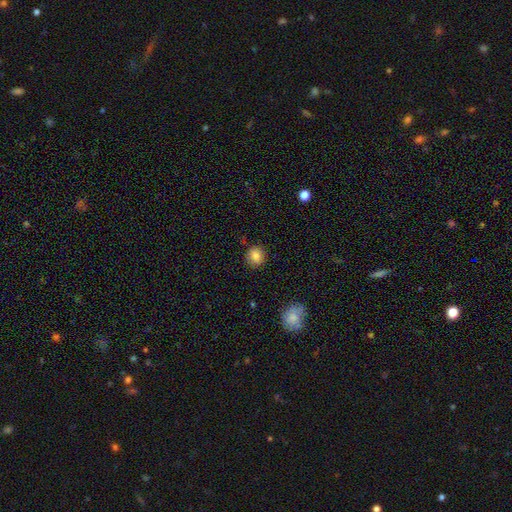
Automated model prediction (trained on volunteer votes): The model was most divided on "how rounded": round: 82%, in between: 17%, cigar-shaped: 1%. More confident: merging — none (87%); smooth or featured — smooth (83%).